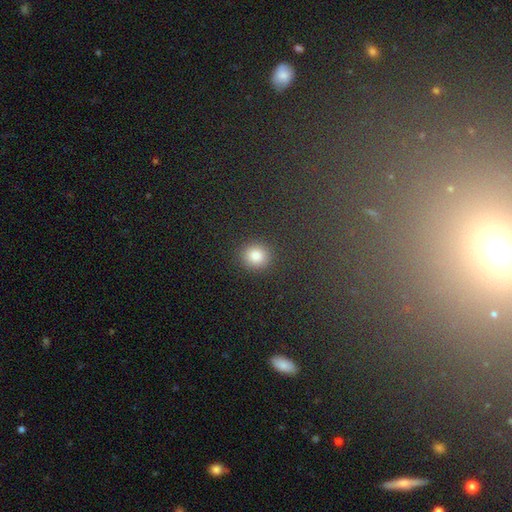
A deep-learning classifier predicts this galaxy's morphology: This appears to be a smooth galaxy with no disk features (84%) that is round (86%). Merging: none (90%).